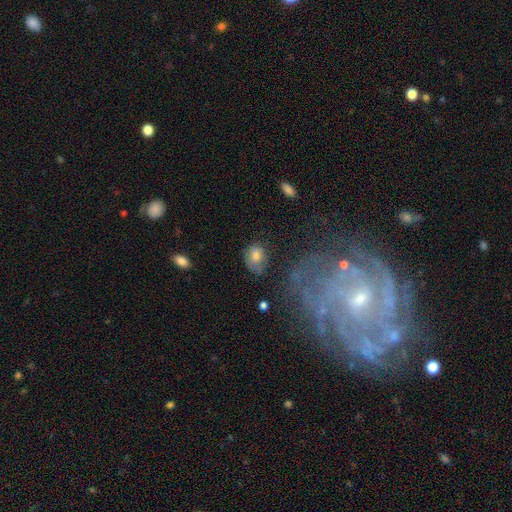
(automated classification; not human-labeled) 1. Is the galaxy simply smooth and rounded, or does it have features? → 69% smooth, 21% featured or disk, 10% star or artifact.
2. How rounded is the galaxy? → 63% in between, 35% round, 1% cigar-shaped.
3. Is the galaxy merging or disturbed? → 53% none, 29% minor disturbance, 14% major disturbance, 3% merger.